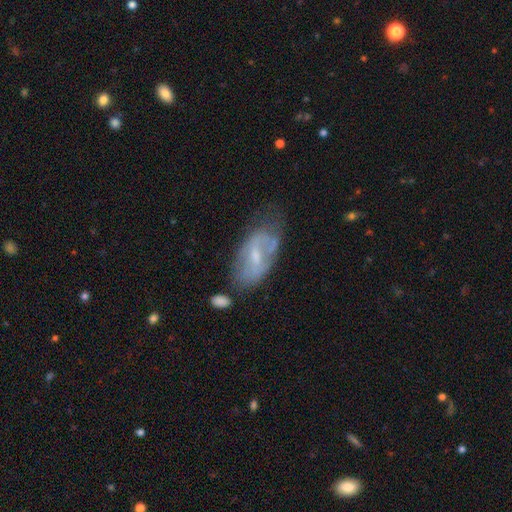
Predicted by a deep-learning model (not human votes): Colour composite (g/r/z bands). It shows a featured or disk galaxy (60%) with a weak bar (50%), spiral arms (54%) and a small central bulge (51%). Merging: none (47%).